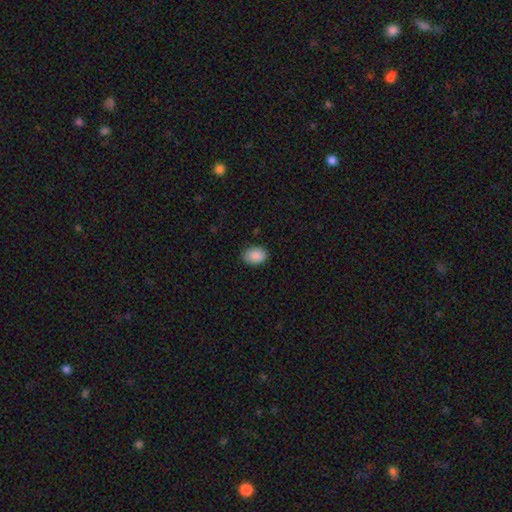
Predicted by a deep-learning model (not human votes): smooth 90%, star or artifact 7%, featured or disk 3%. Down the decision tree: how rounded — in between (79%); merging — none (83%).